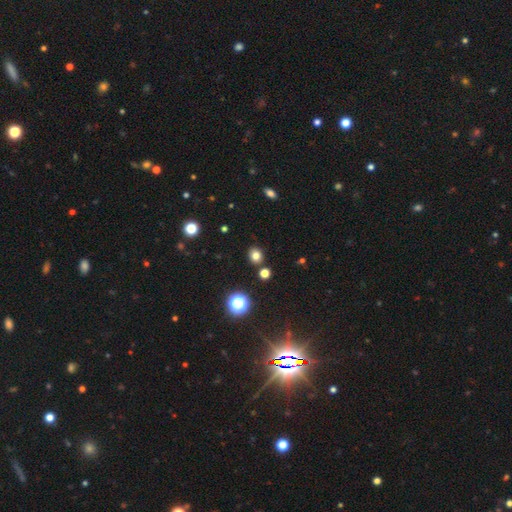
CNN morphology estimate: A smooth galaxy with no disk features (77%) that is round (70%).

Vote fractions:
- Smooth or featured? smooth: 77% / star or artifact: 17% / featured or disk: 7%
- How rounded? round: 70% / in between: 29% / cigar-shaped: 1%
- Merging? none: 85% / minor disturbance: 8% / merger: 4% / major disturbance: 2%